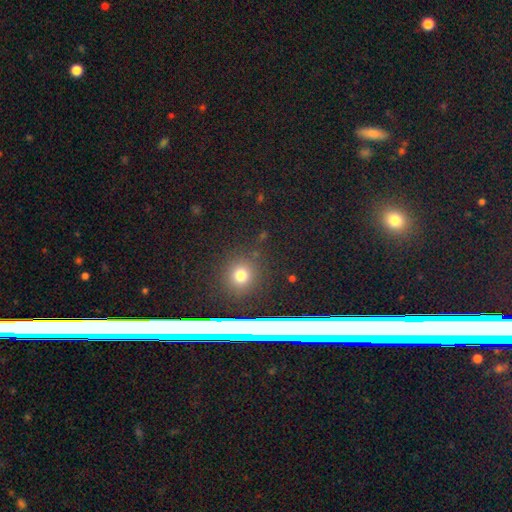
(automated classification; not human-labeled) smooth-or-featured: star or artifact: 56% | smooth: 32% | featured or disk: 12%